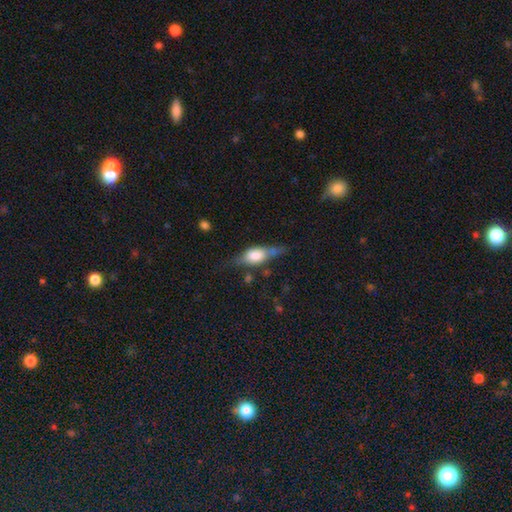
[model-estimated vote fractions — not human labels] Smooth or featured?
  - smooth: 47% *
  - featured or disk: 46%
  - star or artifact: 8%
Merging?
  - none: 56% *
  - minor disturbance: 26%
  - major disturbance: 13%
  - merger: 4%